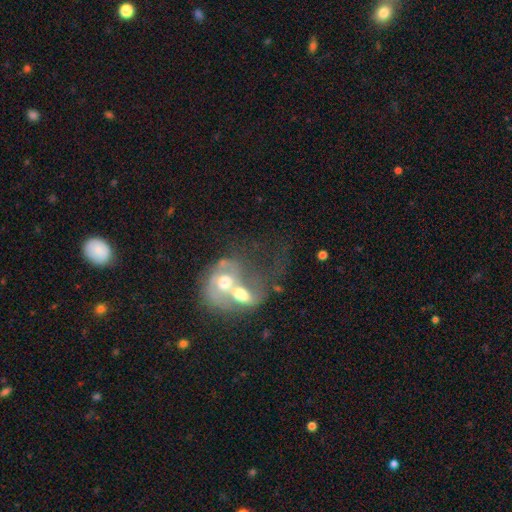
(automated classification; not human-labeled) A featured or disk galaxy (58%) with no bar (76%), no spiral arms (55%) and a moderate central bulge (62%).

Vote fractions:
- Smooth or featured? featured or disk: 58% / smooth: 29% / star or artifact: 12%
- Edge-on disk? no: 96% / yes: 4%
- Bar? no: 76% / weak: 18% / strong: 6%
- Spiral arms? no: 55% / yes: 45%
- Bulge size? moderate: 62% / small: 19% / large: 10% / none: 6% / dominant: 3%
- Merging? merger: 77% / major disturbance: 10% / none: 8% / minor disturbance: 4%